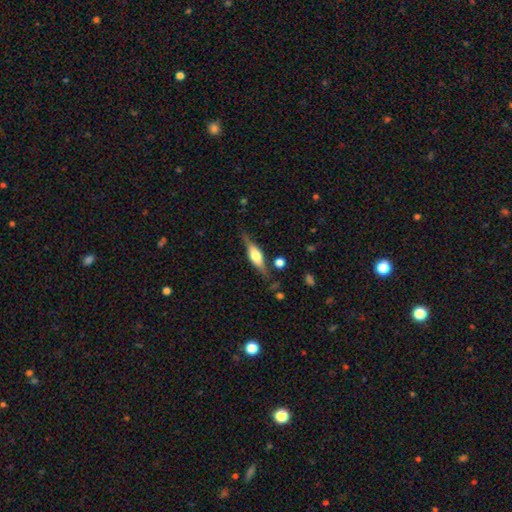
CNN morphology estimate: A featured or disk galaxy (62%) viewed edge-on (94%) with a rounded central bulge (86%).

Vote fractions:
- Smooth or featured? featured or disk: 62% / smooth: 32% / star or artifact: 6%
- Edge-on disk? yes: 94% / no: 6%
- Edge-on bulge? rounded: 86% / boxy: 12% / none: 2%
- Merging? none: 78% / minor disturbance: 15% / major disturbance: 4% / merger: 3%